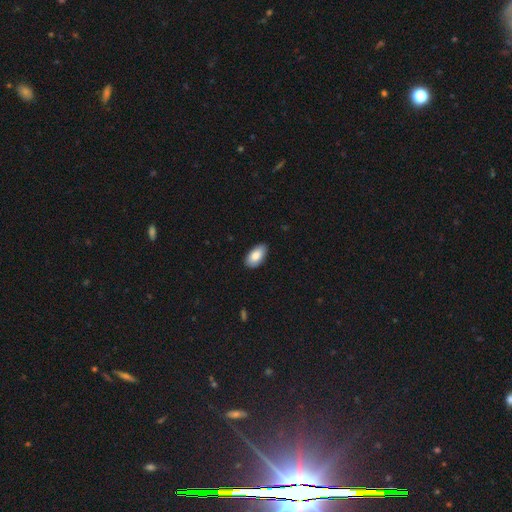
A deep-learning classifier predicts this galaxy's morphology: Q: Smooth or featured?
A: smooth (85%); runner-up: featured or disk (9%)
Q: How rounded?
A: in between (95%); runner-up: round (3%)
Q: Merging?
A: none (86%); runner-up: minor disturbance (11%)